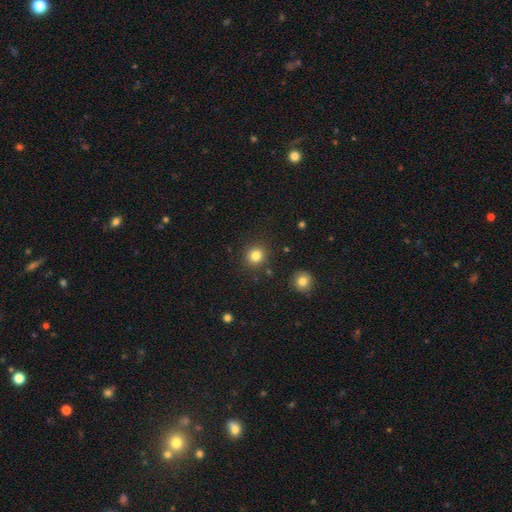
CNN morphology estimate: This is clearly a smooth galaxy (82%). How rounded: clearly round (89%). Merging: clearly none (89%).